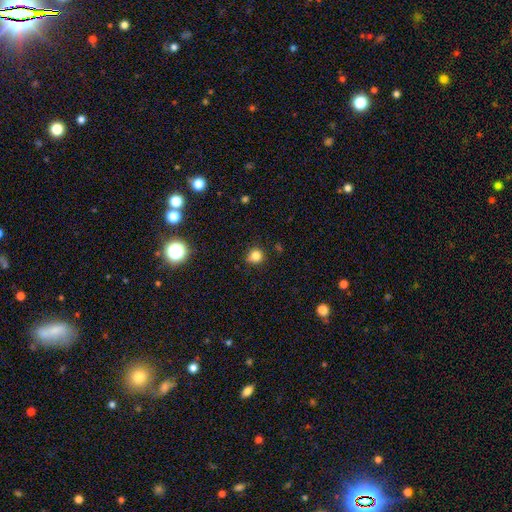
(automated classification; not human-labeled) smooth-or-featured: smooth: 82% | star or artifact: 13% | featured or disk: 5%
  how-rounded: round: 88% | in between: 11% | cigar-shaped: 1%
  merging: none: 81% | minor disturbance: 15% | major disturbance: 3% | merger: 2%